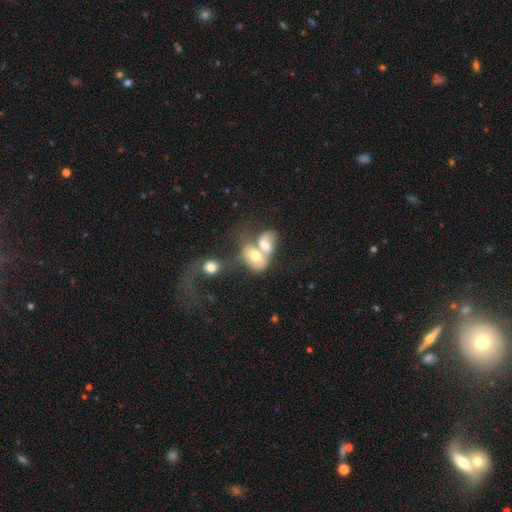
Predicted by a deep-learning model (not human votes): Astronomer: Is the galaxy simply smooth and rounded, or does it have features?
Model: smooth — 56% (runner-up: featured or disk, 35%).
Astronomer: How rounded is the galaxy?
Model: in between — 74%.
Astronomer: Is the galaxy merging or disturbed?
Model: merger — 77%.